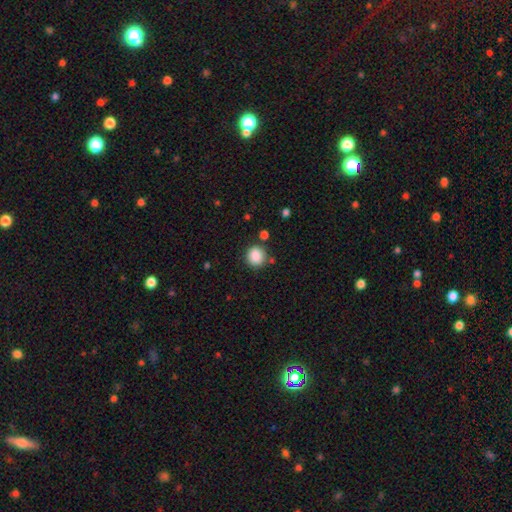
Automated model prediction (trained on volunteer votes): A smooth galaxy with no disk features (87%) that is round (86%). Merging: none (80%).